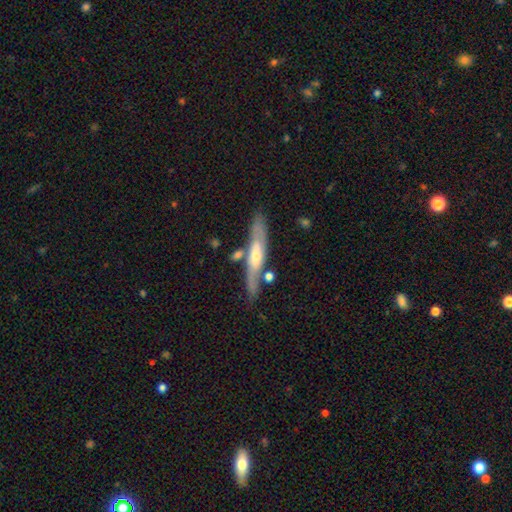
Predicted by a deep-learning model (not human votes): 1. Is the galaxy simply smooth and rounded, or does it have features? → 63% featured or disk, 31% smooth, 6% star or artifact.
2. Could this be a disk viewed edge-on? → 75% yes, 25% no.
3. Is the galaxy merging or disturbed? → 74% none, 15% minor disturbance, 7% merger, 3% major disturbance.